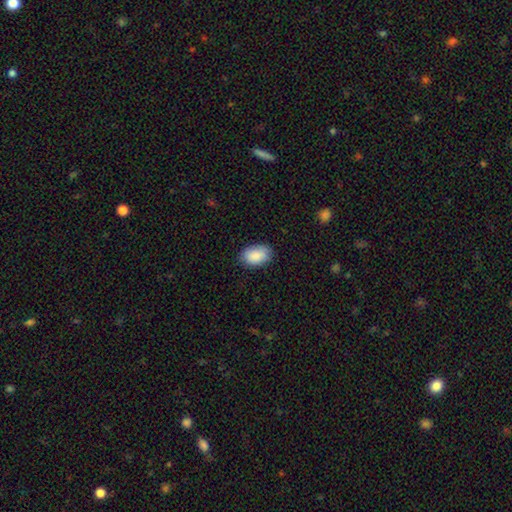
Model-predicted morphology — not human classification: Smooth or featured? Predicted: smooth (p=0.89). How rounded? Predicted: in between (p=0.90). Merging? Predicted: none (p=0.82).